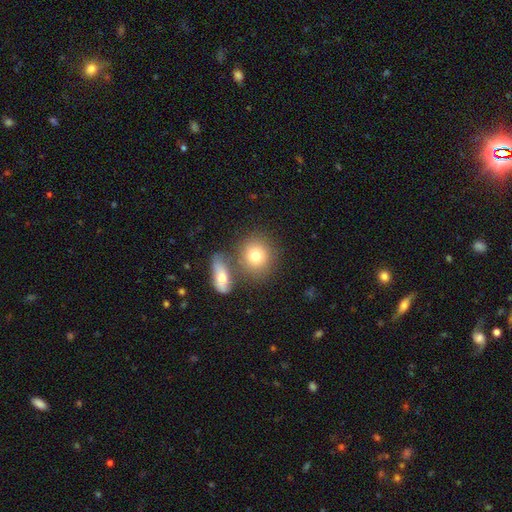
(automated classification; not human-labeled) smooth_or_featured: smooth (p=0.77) [alt: featured or disk p=0.14]
how_rounded: round (p=0.78) [alt: in between p=0.20]
merging: none (p=0.61) [alt: merger p=0.24]